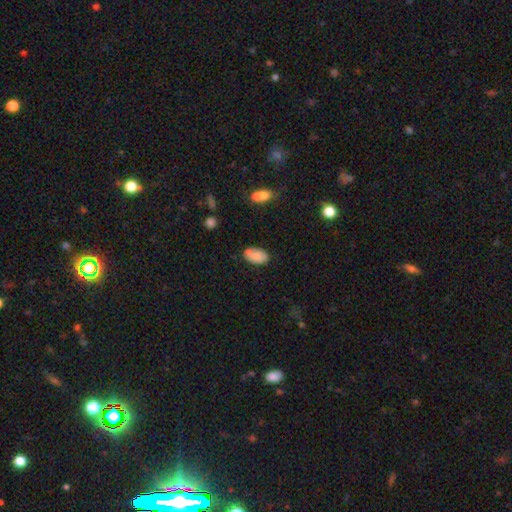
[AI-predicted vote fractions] Smooth or featured?
  - smooth: 82% *
  - featured or disk: 10%
  - star or artifact: 8%
How rounded?
  - in between: 92% *
  - round: 6%
  - cigar-shaped: 1%
Merging?
  - none: 63% *
  - minor disturbance: 19%
  - merger: 14%
  - major disturbance: 4%